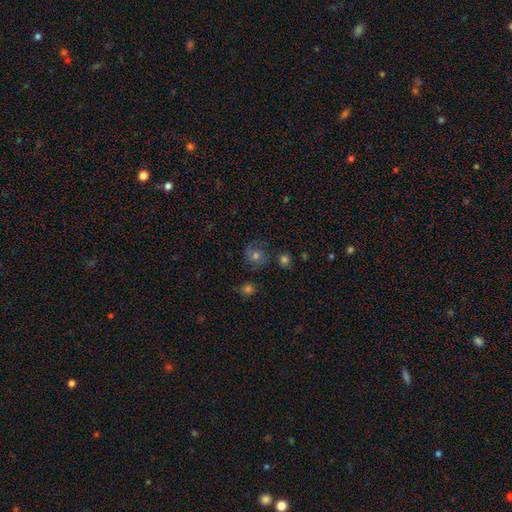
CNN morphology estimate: This appears to be a featured or disk galaxy (42%). Merging: none (71%).